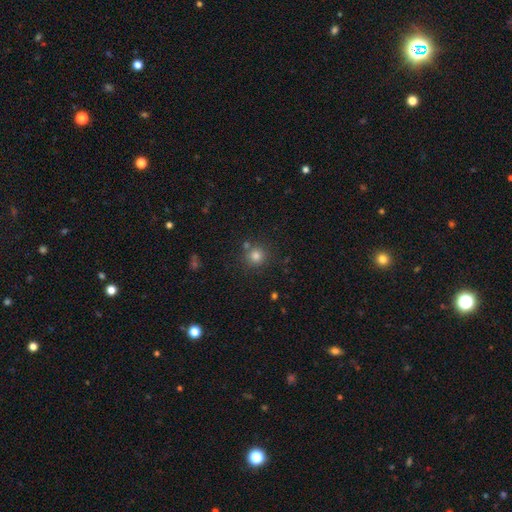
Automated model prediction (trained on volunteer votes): This is likely a smooth galaxy (79%). How rounded: clearly round (92%). Merging: likely none (78%).